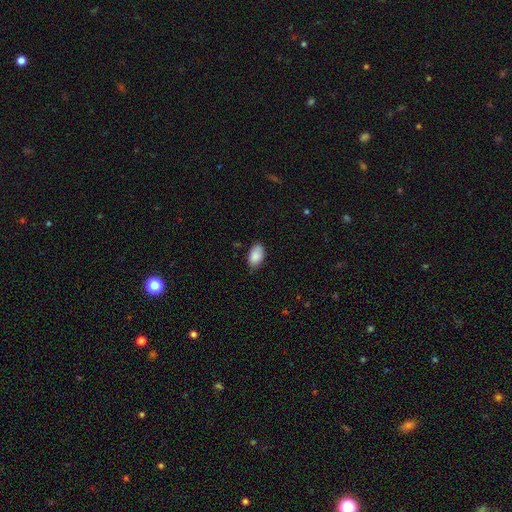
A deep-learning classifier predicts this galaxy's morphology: smooth_or_featured: smooth (p=0.88) [alt: star or artifact p=0.07]
how_rounded: in between (p=0.93) [alt: round p=0.06]
merging: none (p=0.76) [alt: minor disturbance p=0.20]